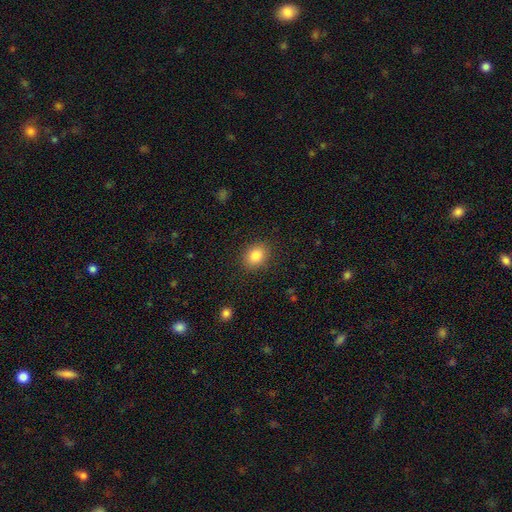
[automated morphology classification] A smooth galaxy with no disk features (85%) that is round (50%).

Vote fractions:
- Smooth or featured? smooth: 85% / star or artifact: 9% / featured or disk: 6%
- How rounded? round: 50% / in between: 49% / cigar-shaped: 1%
- Merging? none: 88% / minor disturbance: 8% / major disturbance: 3% / merger: 1%